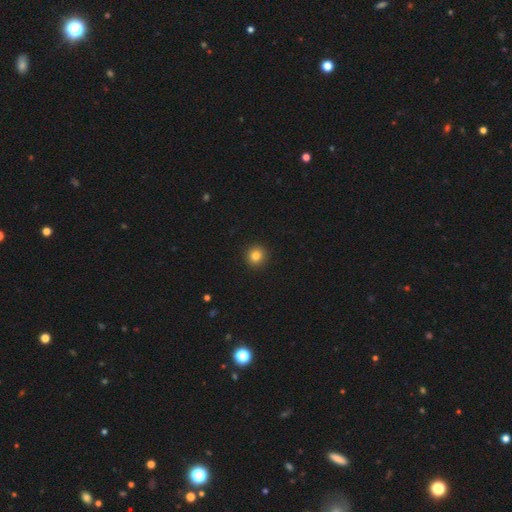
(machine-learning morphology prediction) Smooth or featured?
  - smooth: 82% *
  - star or artifact: 12%
  - featured or disk: 6%
How rounded?
  - round: 93% *
  - in between: 6%
  - cigar-shaped: 1%
Merging?
  - none: 93% *
  - minor disturbance: 5%
  - major disturbance: 2%
  - merger: 1%